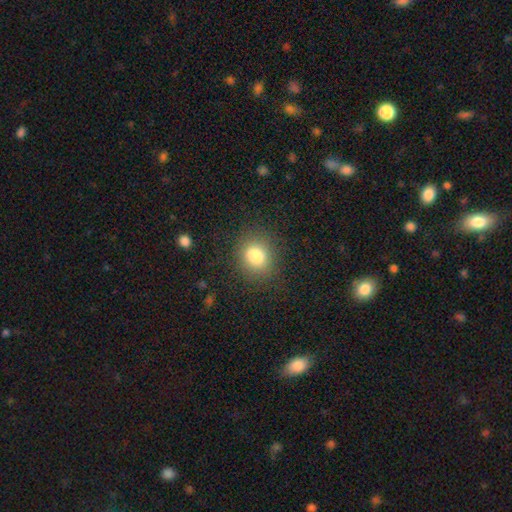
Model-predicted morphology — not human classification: smooth-or-featured: smooth: 82% | star or artifact: 11% | featured or disk: 7%
  how-rounded: round: 60% | in between: 39% | cigar-shaped: 1%
  merging: none: 82% | minor disturbance: 12% | major disturbance: 5% | merger: 1%